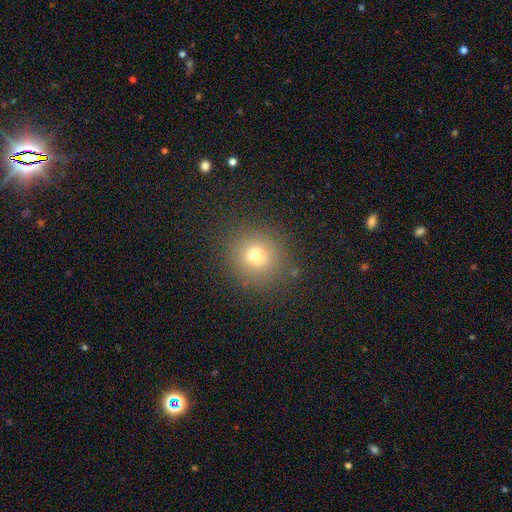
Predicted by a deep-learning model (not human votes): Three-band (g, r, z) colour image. It shows a smooth galaxy with no disk features (71%) that is round (89%). Merging: none (86%).